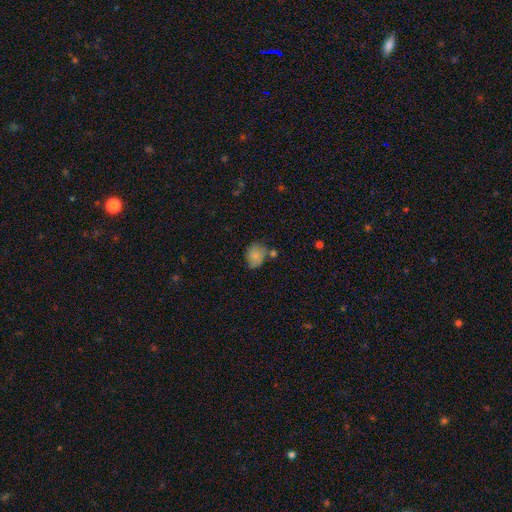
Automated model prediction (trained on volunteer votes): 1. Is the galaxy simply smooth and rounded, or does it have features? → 79% smooth, 12% featured or disk, 9% star or artifact.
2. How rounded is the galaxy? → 51% in between, 48% round, 1% cigar-shaped.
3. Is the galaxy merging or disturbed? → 53% none, 24% minor disturbance, 15% merger, 8% major disturbance.